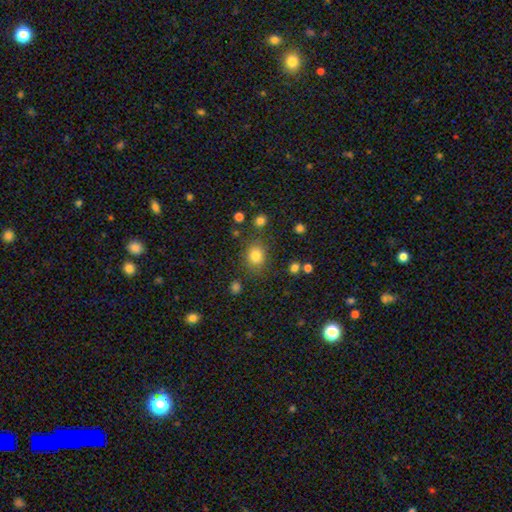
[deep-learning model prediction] Morphology: type=smooth (80%); roundness=round (75%); merging=none (80%).